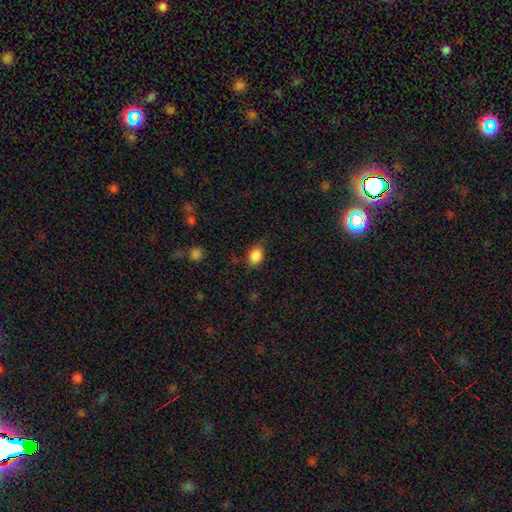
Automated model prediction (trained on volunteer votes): This is clearly a smooth galaxy (87%). How rounded: likely in between (75%). Merging: likely none (71%).